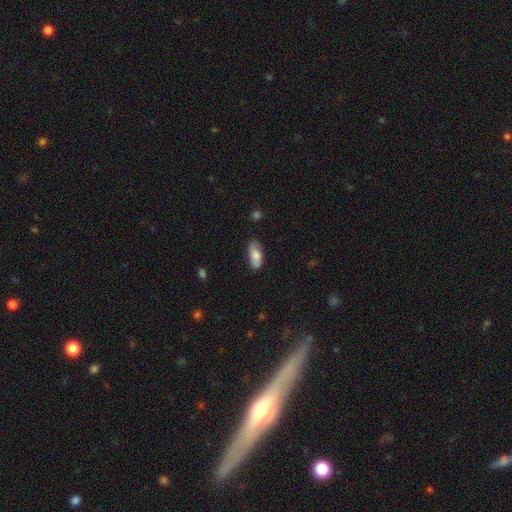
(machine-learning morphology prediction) Smooth or featured? Predicted: smooth (p=0.76). How rounded? Predicted: in between (p=0.88). Merging? Predicted: none (p=0.76).